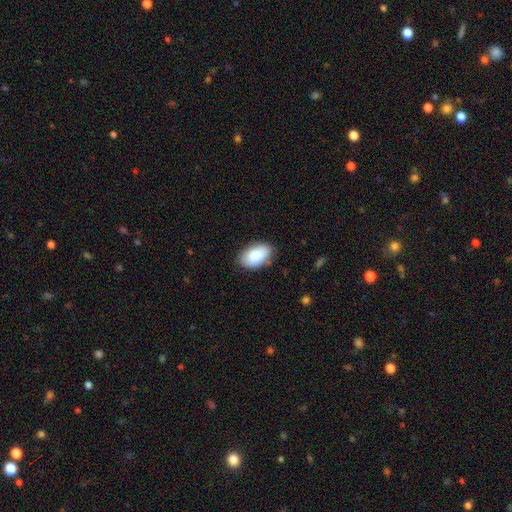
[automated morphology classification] A smooth galaxy with no disk features (84%) that is in between round and cigar-shaped (93%).

Vote fractions:
- Smooth or featured? smooth: 84% / featured or disk: 10% / star or artifact: 7%
- How rounded? in between: 93% / round: 6% / cigar-shaped: 1%
- Merging? none: 81% / minor disturbance: 15% / major disturbance: 3% / merger: 1%